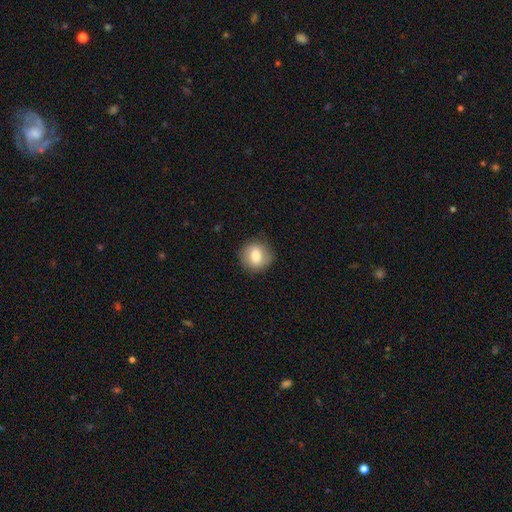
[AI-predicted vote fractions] Overall: smooth (77%). How rounded: round (87%). Merging: none (86%).